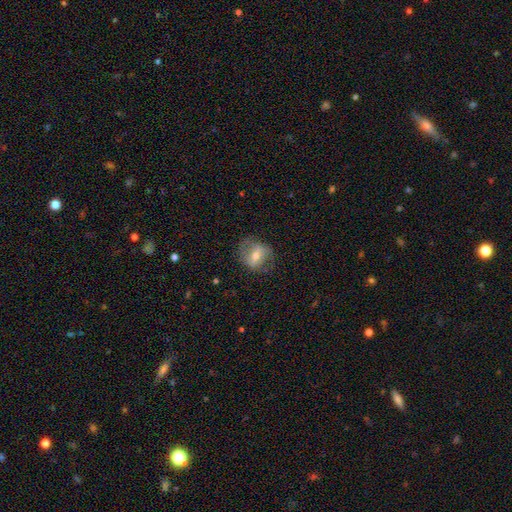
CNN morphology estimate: Smooth or featured? featured or disk (54%)
Edge-on disk? no (92%)
Merging? none (71%)